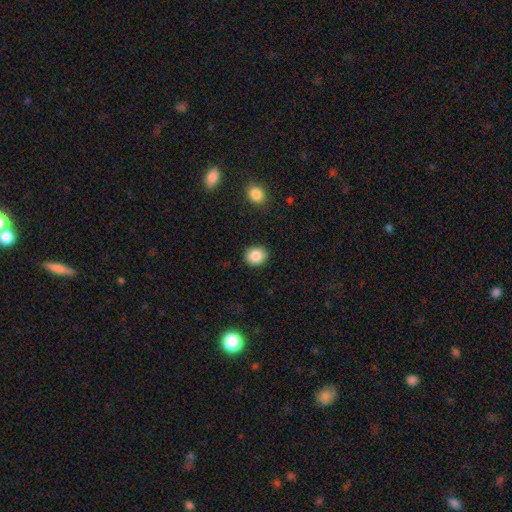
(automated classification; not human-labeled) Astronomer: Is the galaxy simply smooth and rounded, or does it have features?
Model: smooth — 86%.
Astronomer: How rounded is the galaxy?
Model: round — 80%.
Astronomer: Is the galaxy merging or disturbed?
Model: none — 91%.